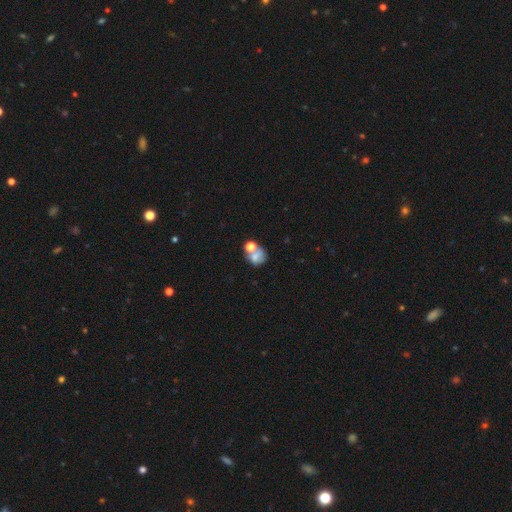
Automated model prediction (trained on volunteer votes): Smooth or featured? smooth (62%)
How rounded? round (60%)
Merging? merger (41%)